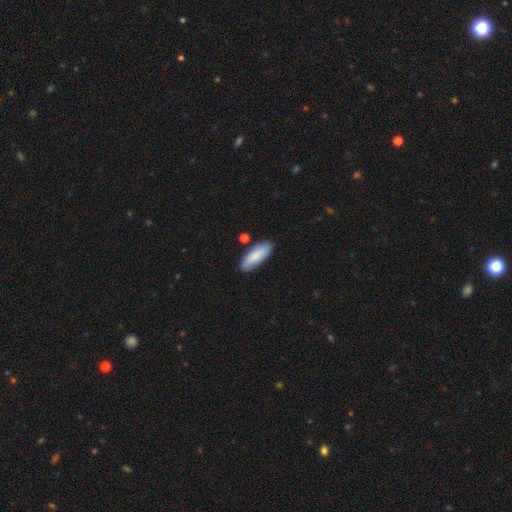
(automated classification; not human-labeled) Smooth or featured: smooth — 81% (featured or disk — 13%)
How rounded: in between — 67% (cigar-shaped — 32%)
Merging: none — 80% (minor disturbance — 14%)